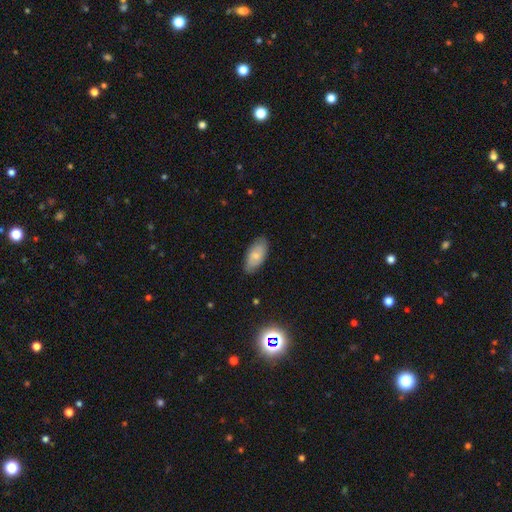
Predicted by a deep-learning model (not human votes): Q: Smooth or featured?
A: smooth (72%); runner-up: featured or disk (21%)
Q: How rounded?
A: in between (93%); runner-up: cigar-shaped (5%)
Q: Merging?
A: none (82%); runner-up: minor disturbance (15%)